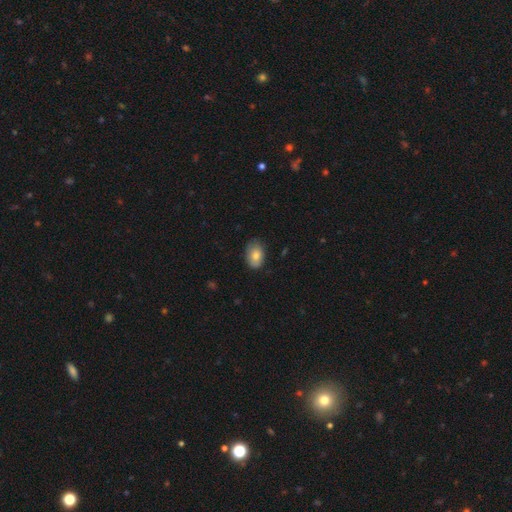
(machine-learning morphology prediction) The model was most divided on "merging": none: 77%, minor disturbance: 19%, major disturbance: 3%, merger: 1%. More confident: how rounded — in between (85%); smooth or featured — smooth (82%).